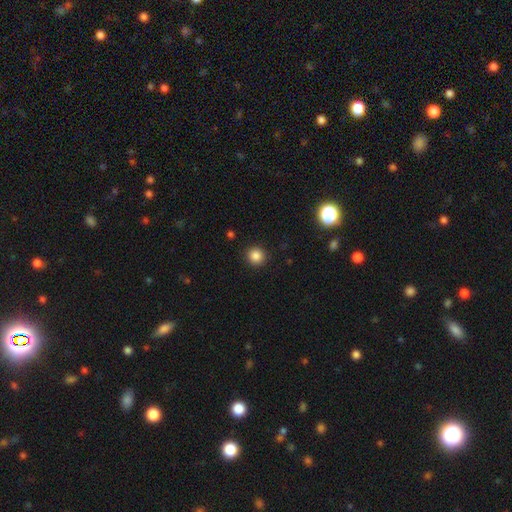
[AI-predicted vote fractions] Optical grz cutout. It shows a smooth galaxy with no disk features (85%) that is round (93%). Merging: none (91%).